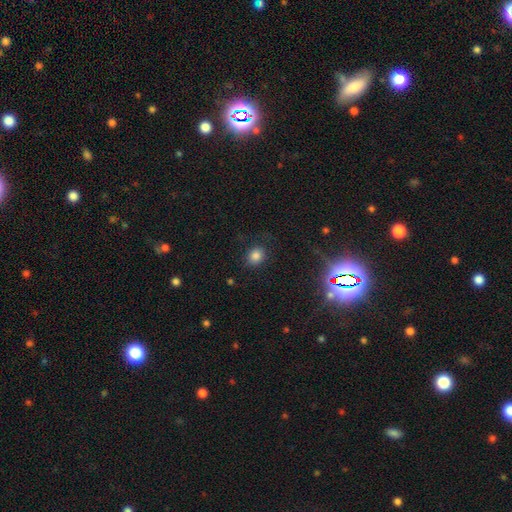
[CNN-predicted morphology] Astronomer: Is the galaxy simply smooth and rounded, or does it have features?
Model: smooth — 81%.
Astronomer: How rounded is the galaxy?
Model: round — 68%.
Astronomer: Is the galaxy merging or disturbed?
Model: none — 83%.